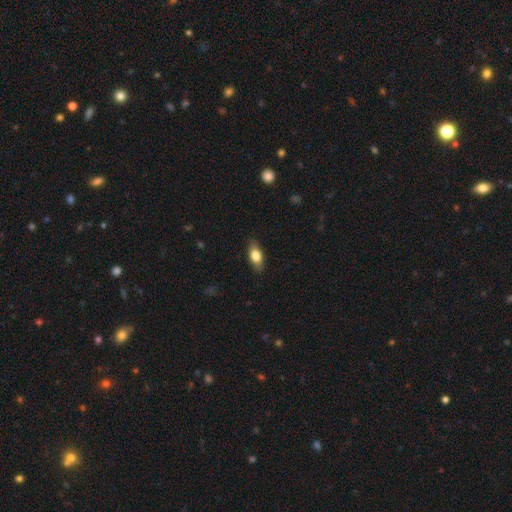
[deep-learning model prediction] This appears to be a smooth galaxy with no disk features (77%) that is in between round and cigar-shaped (82%). Merging: none (86%).